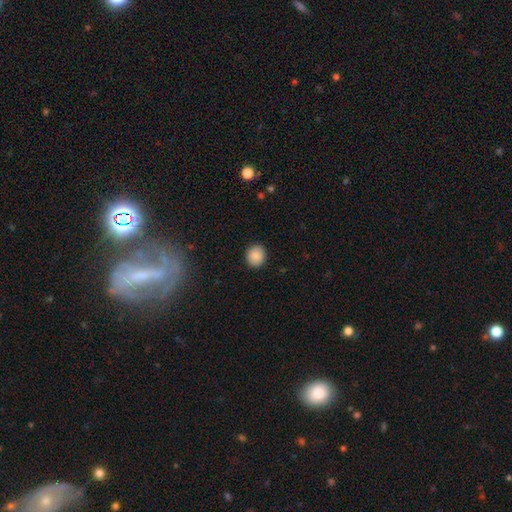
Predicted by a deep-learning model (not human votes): This is clearly a smooth galaxy (88%). How rounded: likely round (77%). Merging: clearly none (91%).